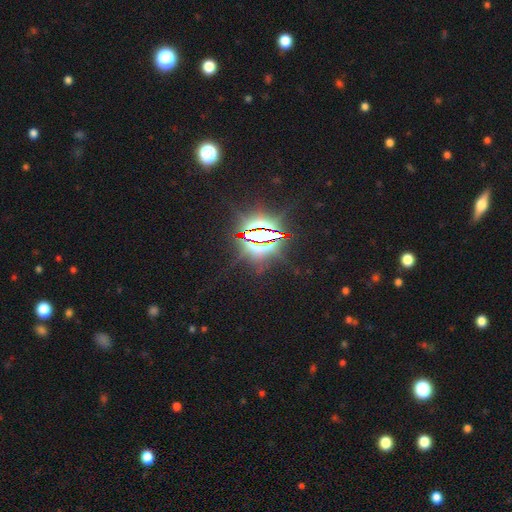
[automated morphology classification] Q: Smooth or featured?
A: star or artifact (86%); runner-up: smooth (8%)